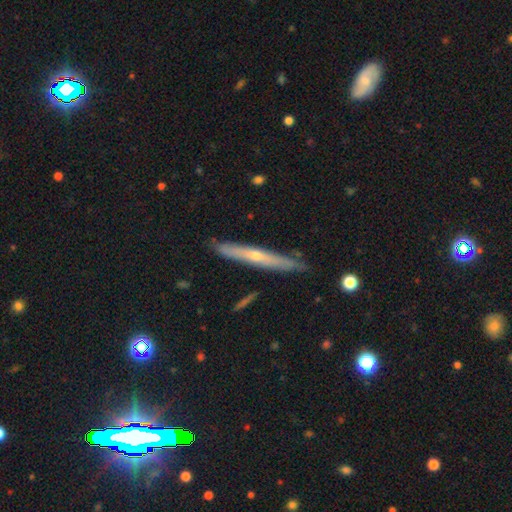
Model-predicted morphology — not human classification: smooth_or_featured: featured or disk (p=0.66) [alt: smooth p=0.25]
disk_edge_on: yes (p=0.92) [alt: no p=0.08]
edge_on_bulge: rounded (p=0.70) [alt: none p=0.27]
merging: none (p=0.86) [alt: minor disturbance p=0.10]